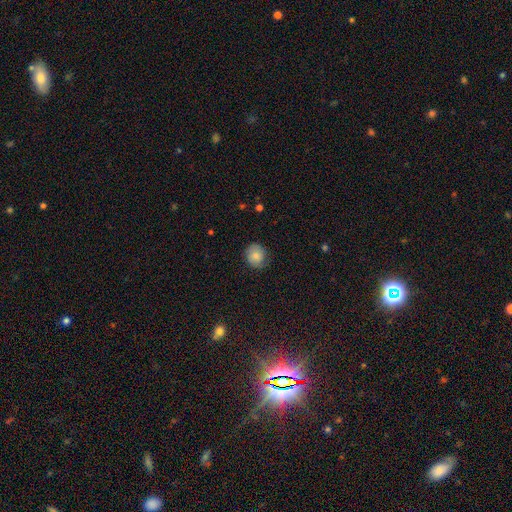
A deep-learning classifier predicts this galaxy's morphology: type=smooth (73%); roundness=round (80%); merging=none (74%).